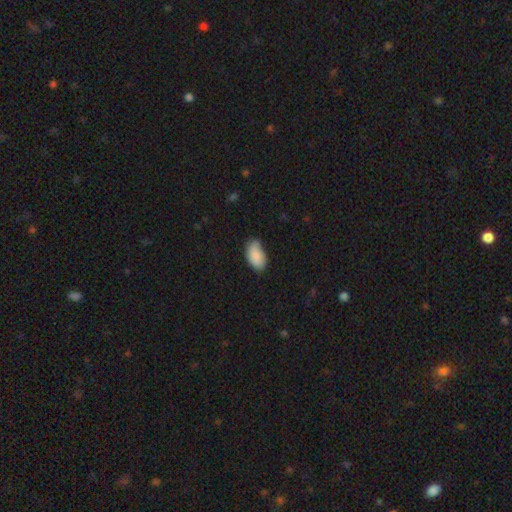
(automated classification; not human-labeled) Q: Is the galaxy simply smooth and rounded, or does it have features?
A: smooth — 87%.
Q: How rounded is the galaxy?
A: in between — 94%.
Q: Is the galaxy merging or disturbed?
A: none — 62%.